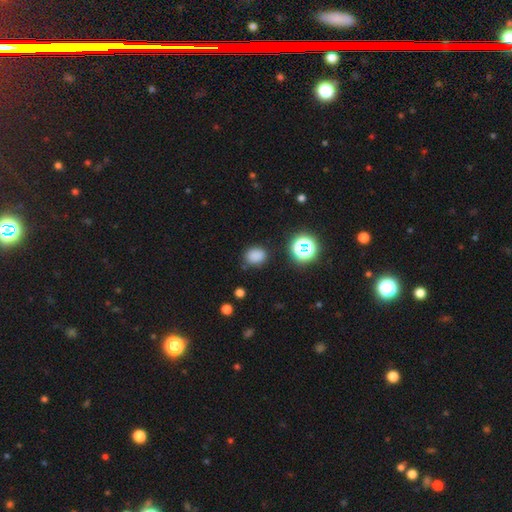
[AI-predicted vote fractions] This appears to be a smooth galaxy with no disk features (79%) that is round (51%). Merging: none (82%).